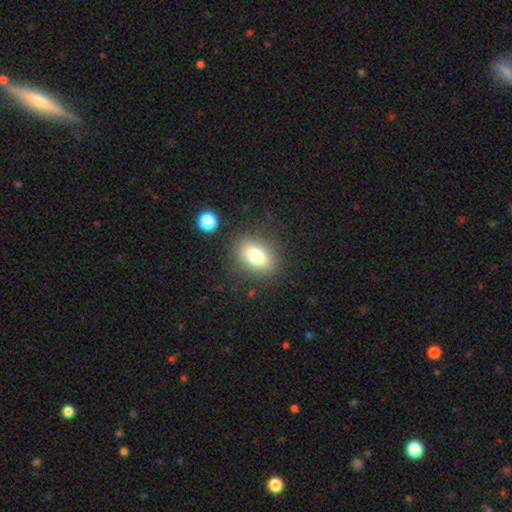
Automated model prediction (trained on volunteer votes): smooth-or-featured: smooth: 77% | featured or disk: 13% | star or artifact: 11%
  how-rounded: in between: 71% | round: 27% | cigar-shaped: 1%
  merging: none: 84% | minor disturbance: 10% | major disturbance: 4% | merger: 2%